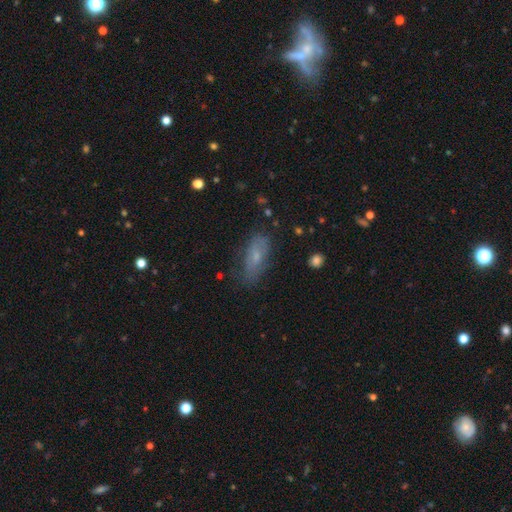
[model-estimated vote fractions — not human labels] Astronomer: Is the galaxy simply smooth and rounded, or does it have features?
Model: smooth — 61%.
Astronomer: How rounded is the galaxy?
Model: in between — 75%.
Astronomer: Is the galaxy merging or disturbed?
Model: none — 71%.